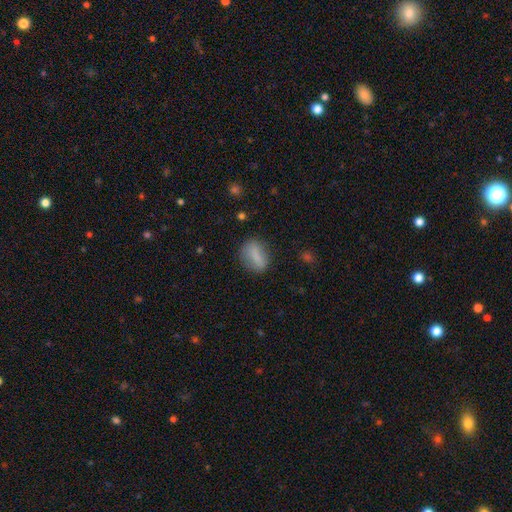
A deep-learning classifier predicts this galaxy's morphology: smooth 75%, featured or disk 17%, star or artifact 9%. Down the decision tree: how rounded — in between (67%); merging — none (75%).